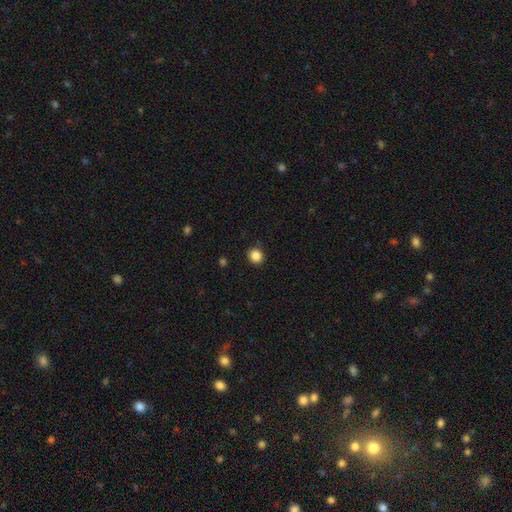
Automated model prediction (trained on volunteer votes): smooth_or_featured: smooth (p=0.85) [alt: star or artifact p=0.11]
how_rounded: round (p=0.86) [alt: in between p=0.13]
merging: none (p=0.89) [alt: minor disturbance p=0.07]